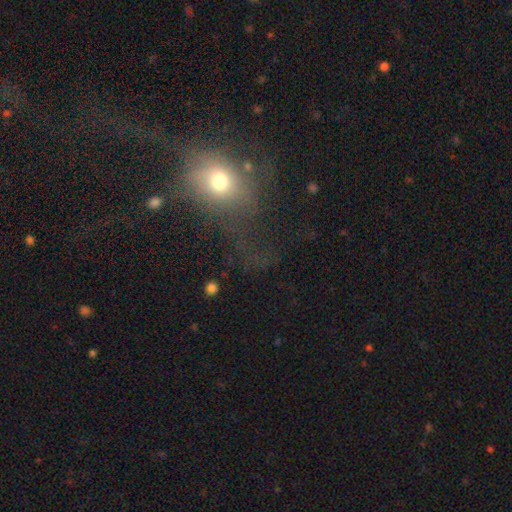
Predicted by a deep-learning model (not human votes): Smooth or featured? Predicted: smooth (p=0.48). Merging? Predicted: none (p=0.39, tied with major disturbance).